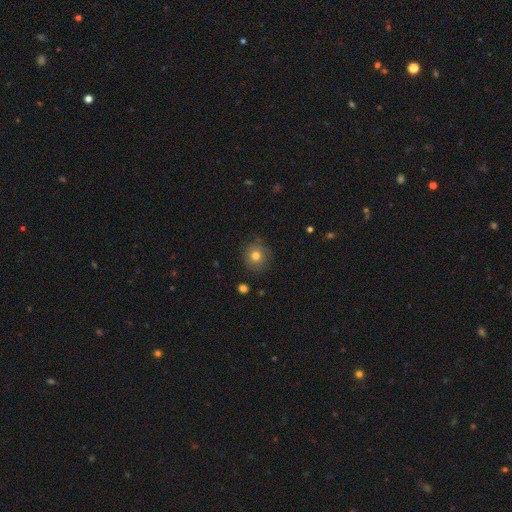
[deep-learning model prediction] A smooth galaxy with no disk features (76%) that is round (87%). Merging: none (79%).